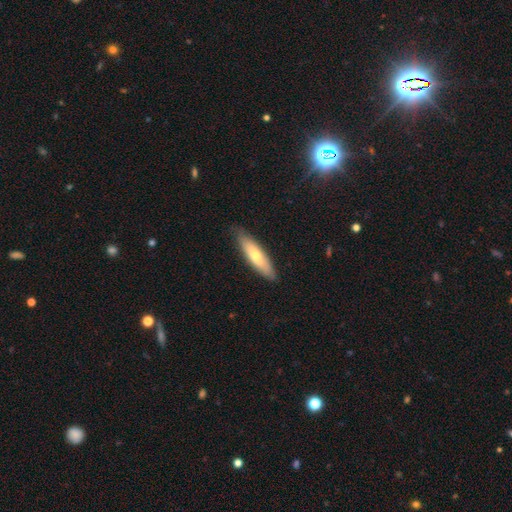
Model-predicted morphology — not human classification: The model was most divided on "smooth or featured": smooth: 64%, featured or disk: 31%, star or artifact: 5%. More confident: merging — none (83%); how rounded — cigar-shaped (66%).